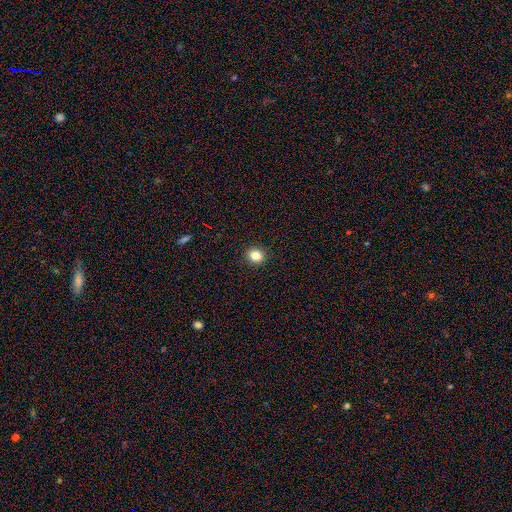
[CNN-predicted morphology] Overall: smooth (83%). How rounded: round (77%). Merging: none (92%).